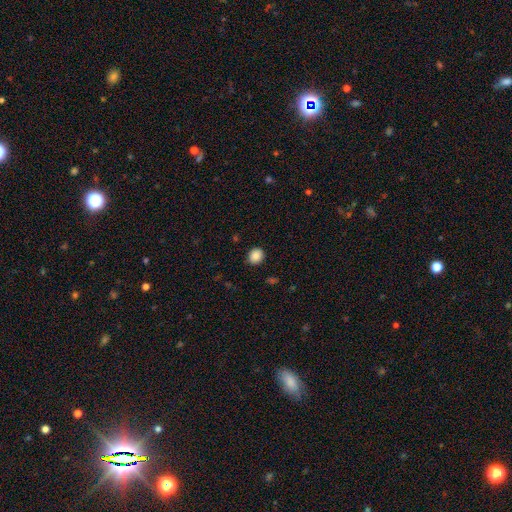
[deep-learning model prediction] The model was most divided on "how rounded": round: 73%, in between: 27%, cigar-shaped: 1%. More confident: merging — none (89%); smooth or featured — smooth (88%).